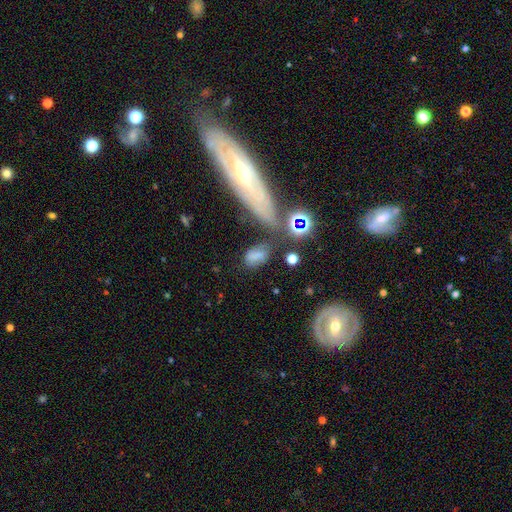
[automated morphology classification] smooth_or_featured: smooth (p=0.63) [alt: featured or disk p=0.20]
how_rounded: in between (p=0.87) [alt: round p=0.10]
merging: none (p=0.55) [alt: minor disturbance p=0.22]